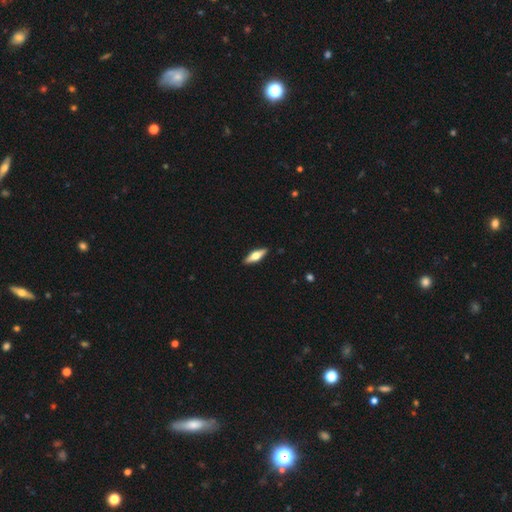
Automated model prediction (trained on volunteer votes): Smooth or featured?
  - featured or disk: 54% *
  - smooth: 41%
  - star or artifact: 6%
Edge-on disk?
  - yes: 94% *
  - no: 6%
Edge-on bulge?
  - rounded: 94% *
  - boxy: 4%
  - none: 2%
Merging?
  - none: 90% *
  - minor disturbance: 7%
  - major disturbance: 1%
  - merger: 1%